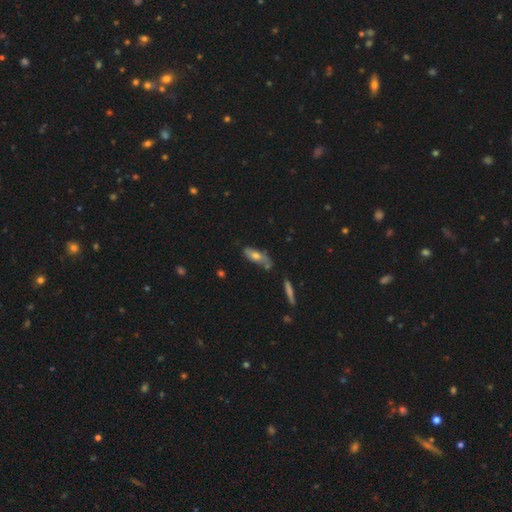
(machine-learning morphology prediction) A smooth galaxy with no disk features (60%) that is in between round and cigar-shaped (59%).

Vote fractions:
- Smooth or featured? smooth: 60% / featured or disk: 33% / star or artifact: 8%
- How rounded? in between: 59% / cigar-shaped: 39% / round: 3%
- Merging? none: 58% / minor disturbance: 25% / merger: 10% / major disturbance: 6%